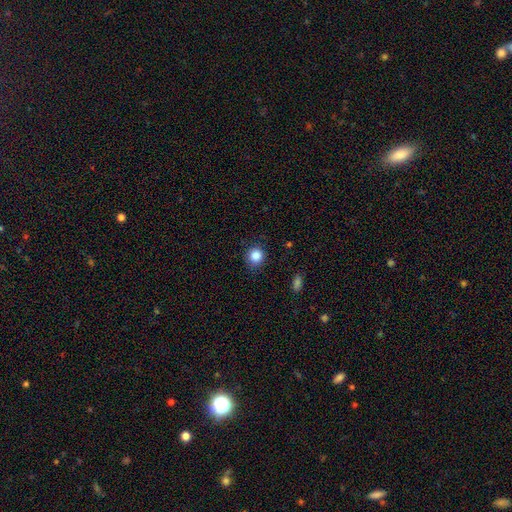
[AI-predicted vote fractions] Morphology: type=smooth (85%); roundness=round (90%); merging=none (86%).